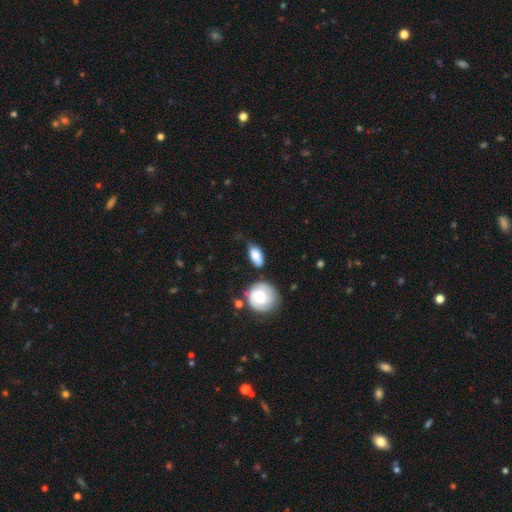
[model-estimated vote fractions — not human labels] A smooth galaxy with no disk features (75%) that is in between round and cigar-shaped (86%). Merging: none (57%).